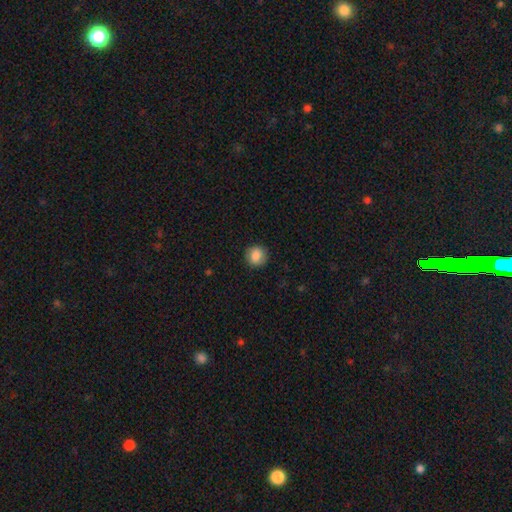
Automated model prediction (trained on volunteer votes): Q: Smooth or featured?
A: smooth (86%); runner-up: star or artifact (8%)
Q: How rounded?
A: round (87%); runner-up: in between (12%)
Q: Merging?
A: none (87%); runner-up: minor disturbance (9%)